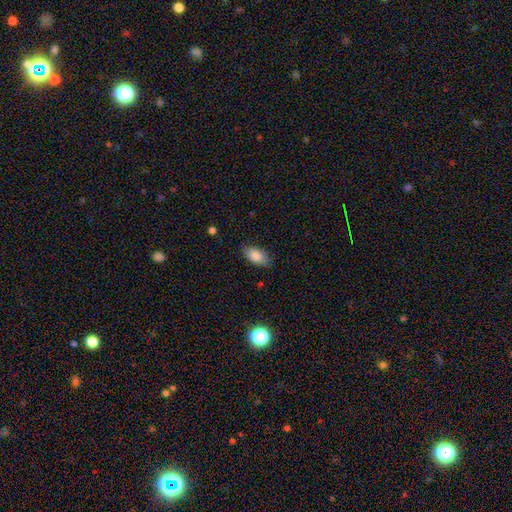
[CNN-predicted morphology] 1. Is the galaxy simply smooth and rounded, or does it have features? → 84% smooth, 8% featured or disk, 8% star or artifact.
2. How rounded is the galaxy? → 92% in between, 5% cigar-shaped, 3% round.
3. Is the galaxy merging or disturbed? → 84% none, 12% minor disturbance, 2% major disturbance, 1% merger.